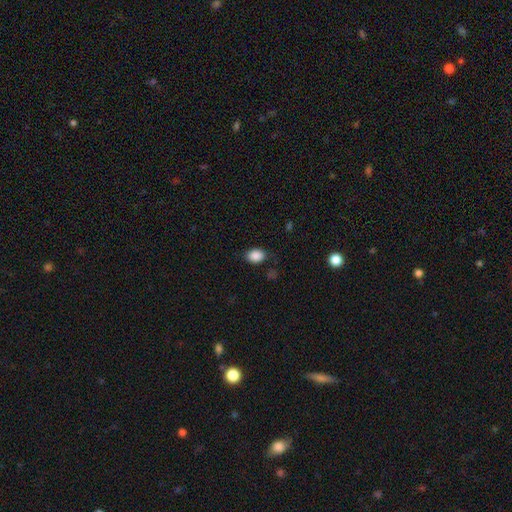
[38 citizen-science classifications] A smooth galaxy with no disk features (92%) that is in between round and cigar-shaped (57%).

Vote fractions:
- Smooth or featured? smooth: 92% / star or artifact: 8% / featured or disk: 0%
- How rounded? in between: 57% / round: 40% / cigar-shaped: 3%
- Merging? none: 83% / minor disturbance: 17% / major disturbance: 0% / merger: 0%